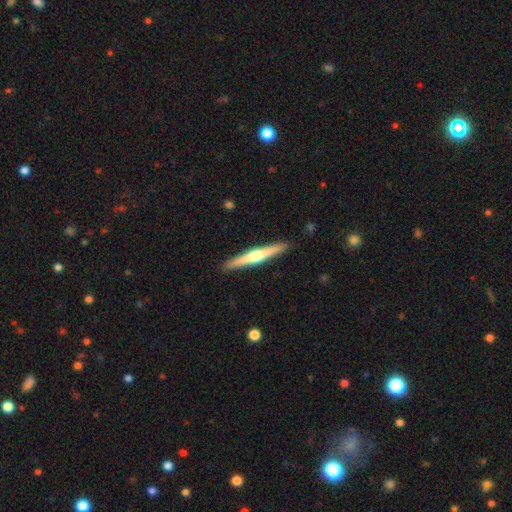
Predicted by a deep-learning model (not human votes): Smooth or featured? Predicted: featured or disk (p=0.63). Edge-on disk? Predicted: yes (p=0.98). Edge-on bulge? Predicted: rounded (p=0.87). Merging? Predicted: none (p=0.91).